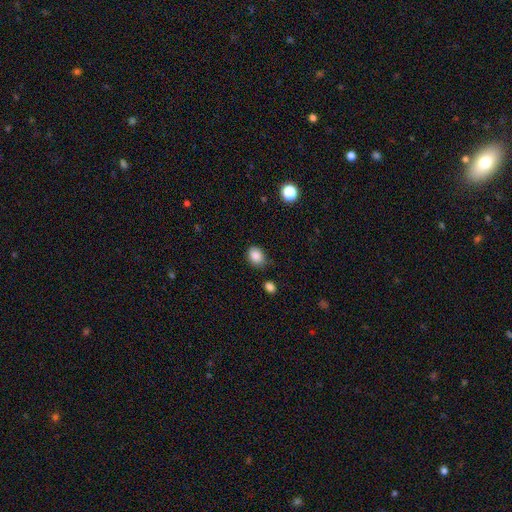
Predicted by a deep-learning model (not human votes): Q: Smooth or featured?
A: smooth (87%); runner-up: star or artifact (9%)
Q: How rounded?
A: in between (60%); runner-up: round (39%)
Q: Merging?
A: none (73%); runner-up: minor disturbance (20%)